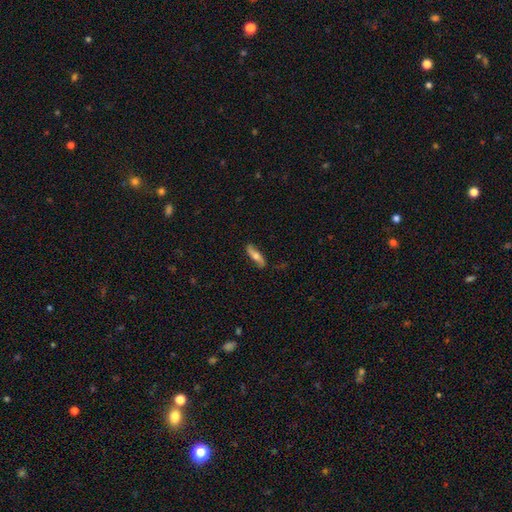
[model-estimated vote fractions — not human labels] A smooth galaxy with no disk features (49%). Merging: none (82%).